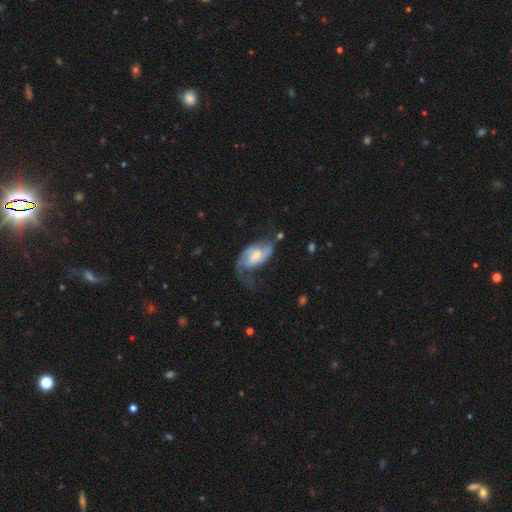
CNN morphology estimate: A featured or disk galaxy (81%) with a weak bar (48%), 2 (80%) medium (44%) spiral arms (93%) and a small central bulge (48%).

Vote fractions:
- Smooth or featured? featured or disk: 81% / smooth: 14% / star or artifact: 5%
- Edge-on disk? no: 96% / yes: 4%
- Bar? weak: 48% / no: 36% / strong: 16%
- Spiral arms? yes: 93% / no: 7%
- Spiral winding? medium: 44% / loose: 35% / tight: 21%
- Spiral arm count? 2: 80% / can't tell: 8% / 1: 8% / 3: 2% / 4: 1% / more than 4: 1%
- Bulge size? small: 48% / moderate: 42% / large: 5% / none: 5% / dominant: 1%
- Merging? none: 44% / major disturbance: 29% / minor disturbance: 23% / merger: 4%